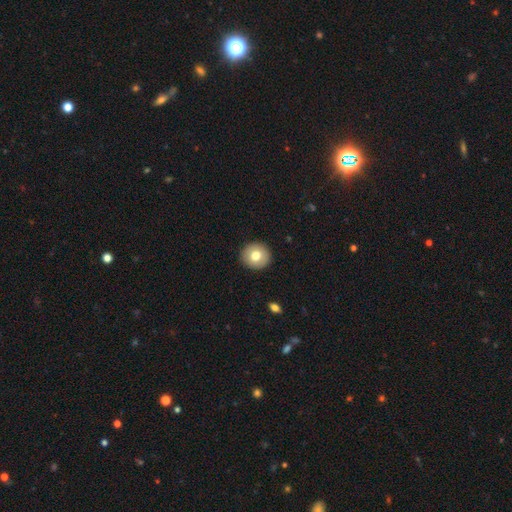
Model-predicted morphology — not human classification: Smooth or featured? smooth (76%)
How rounded? round (91%)
Merging? none (92%)